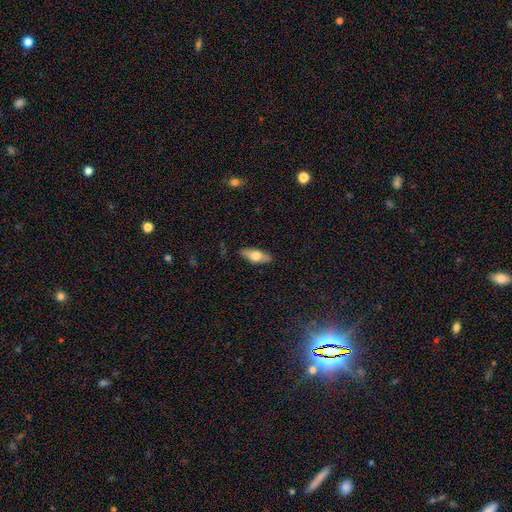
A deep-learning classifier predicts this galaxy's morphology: A smooth galaxy with no disk features (62%) that is in between round and cigar-shaped (71%). Merging: none (88%).